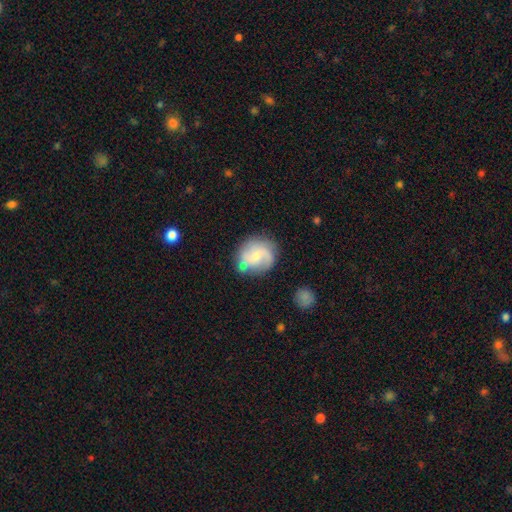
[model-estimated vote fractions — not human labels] featured or disk 53%, smooth 40%, star or artifact 8%. Down the decision tree: edge-on disk — no (97%); bar — no (50%); spiral arms — yes (76%); bulge size — small (51%); merging — none (57%).